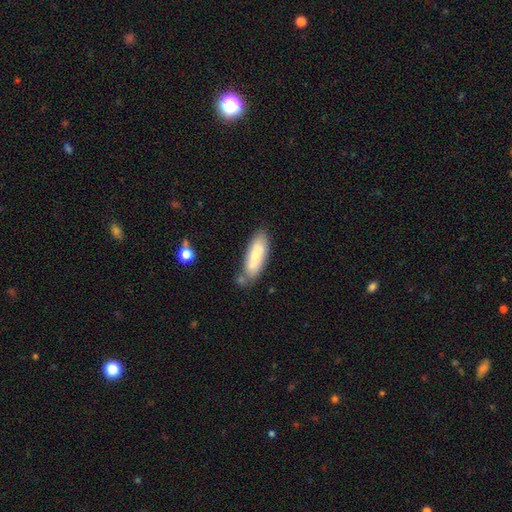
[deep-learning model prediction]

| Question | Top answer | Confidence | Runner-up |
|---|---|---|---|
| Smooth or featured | smooth | 74% | featured or disk (19%) |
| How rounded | in between | 56% | cigar-shaped (42%) |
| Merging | none | 68% | minor disturbance (20%) |